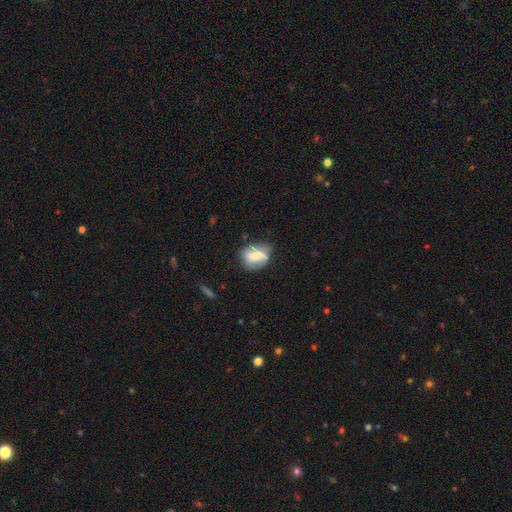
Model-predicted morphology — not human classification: Smooth or featured? Predicted: smooth (p=0.59). How rounded? Predicted: in between (p=0.63). Merging? Predicted: none (p=0.56).